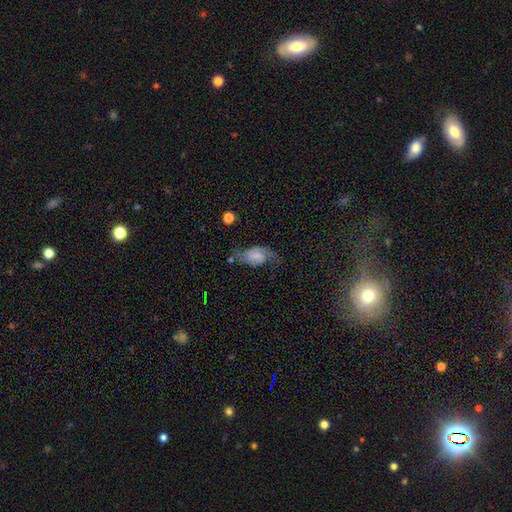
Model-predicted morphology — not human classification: A featured or disk galaxy (73%) with a weak bar (50%), 2 (90%) medium (45%) spiral arms (94%) and a small central bulge (49%).

Vote fractions:
- Smooth or featured? featured or disk: 73% / smooth: 19% / star or artifact: 8%
- Edge-on disk? no: 97% / yes: 3%
- Bar? weak: 50% / no: 37% / strong: 14%
- Spiral arms? yes: 94% / no: 6%
- Spiral winding? medium: 45% / loose: 38% / tight: 17%
- Spiral arm count? 2: 90% / can't tell: 4% / 1: 3% / 3: 1% / 4: 1% / more than 4: 1%
- Bulge size? small: 49% / moderate: 25% / none: 21% / large: 4% / dominant: 2%
- Merging? none: 59% / minor disturbance: 24% / major disturbance: 14% / merger: 4%